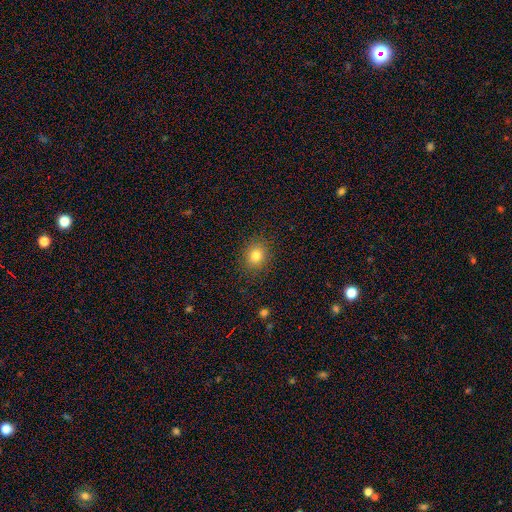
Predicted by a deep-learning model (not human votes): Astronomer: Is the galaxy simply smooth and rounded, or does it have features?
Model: smooth — 81%.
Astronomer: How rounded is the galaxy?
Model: round — 68%.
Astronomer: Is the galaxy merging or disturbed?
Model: none — 88%.